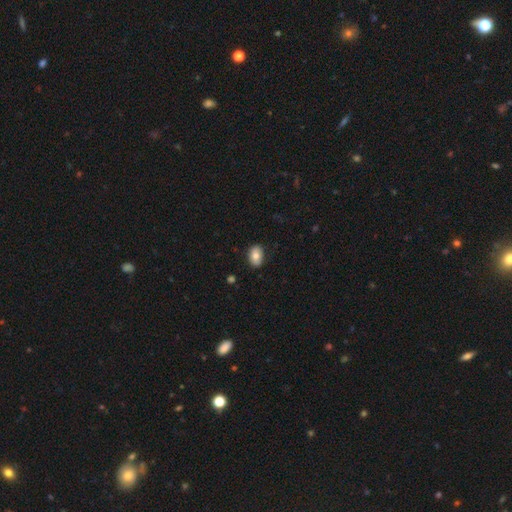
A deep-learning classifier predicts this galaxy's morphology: Smooth or featured? Predicted: smooth (p=0.79). How rounded? Predicted: in between (p=0.82). Merging? Predicted: none (p=0.83).